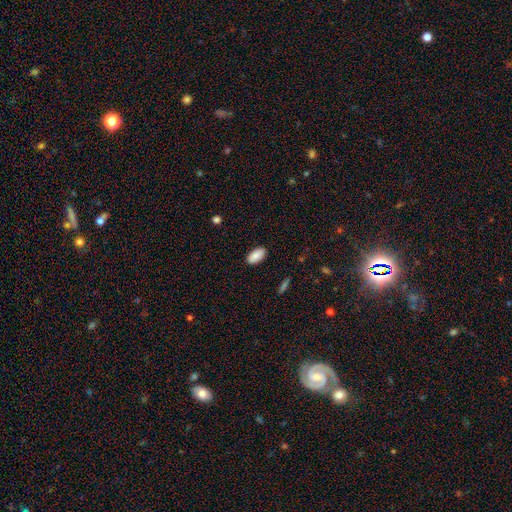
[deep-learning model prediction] smooth_or_featured: smooth (p=0.87) [alt: star or artifact p=0.06]
how_rounded: in between (p=0.95) [alt: cigar-shaped p=0.03]
merging: none (p=0.89) [alt: minor disturbance p=0.09]